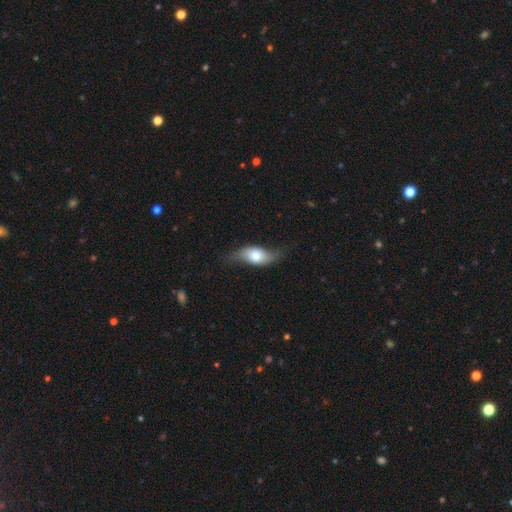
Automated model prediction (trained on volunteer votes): This appears to be a smooth galaxy with no disk features (53%) that is in between round and cigar-shaped (81%). Merging: none (58%).